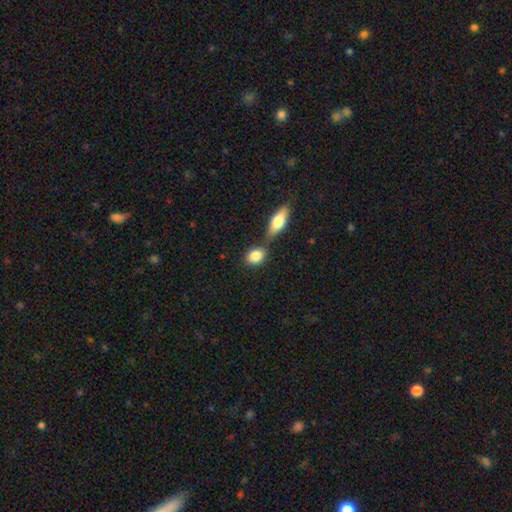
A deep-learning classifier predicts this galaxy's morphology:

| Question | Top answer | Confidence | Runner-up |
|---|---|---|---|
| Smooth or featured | smooth | 83% | featured or disk (9%) |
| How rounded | in between | 63% | round (33%) |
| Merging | none | 51% | merger (34%) |